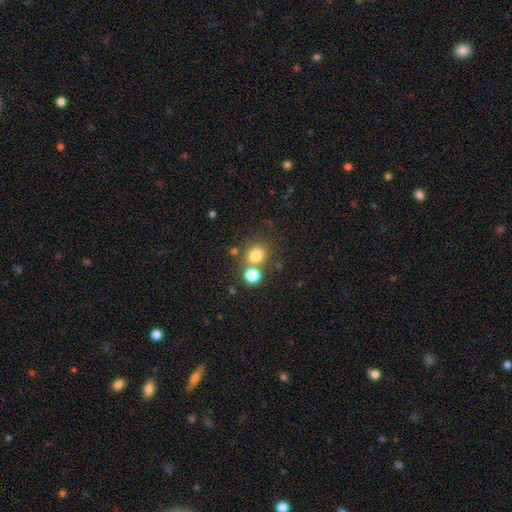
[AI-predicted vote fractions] smooth_or_featured: smooth (p=0.77) [alt: star or artifact p=0.16]
how_rounded: round (p=0.88) [alt: in between p=0.12]
merging: none (p=0.66) [alt: merger p=0.23]